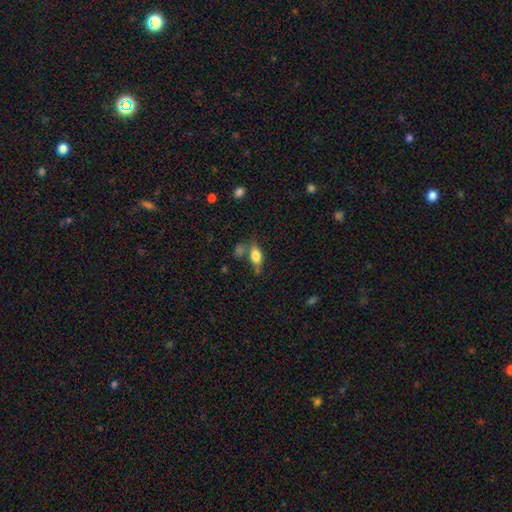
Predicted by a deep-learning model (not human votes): The model was most divided on "merging": none: 56%, minor disturbance: 19%, merger: 17%, major disturbance: 7%. More confident: how rounded — in between (87%); smooth or featured — smooth (81%).